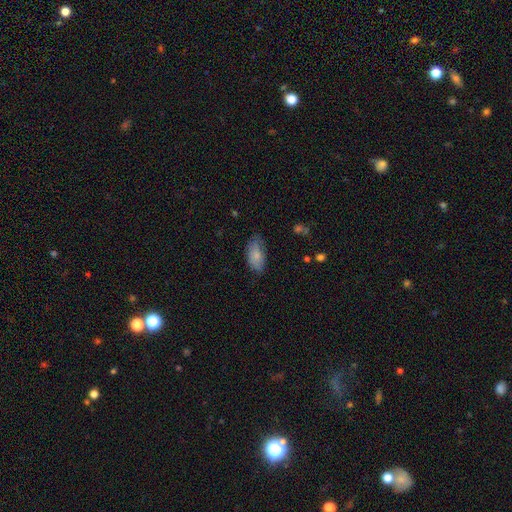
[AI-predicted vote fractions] smooth 78%, featured or disk 15%, star or artifact 7%. Down the decision tree: how rounded — in between (91%); merging — none (69%).